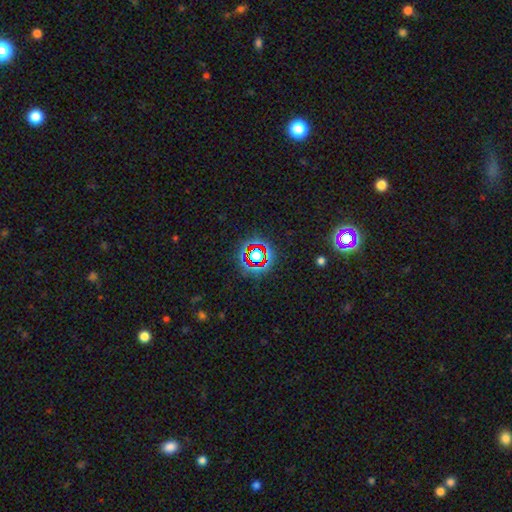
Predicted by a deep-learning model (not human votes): Smooth or featured: star or artifact — 72% (smooth — 18%)